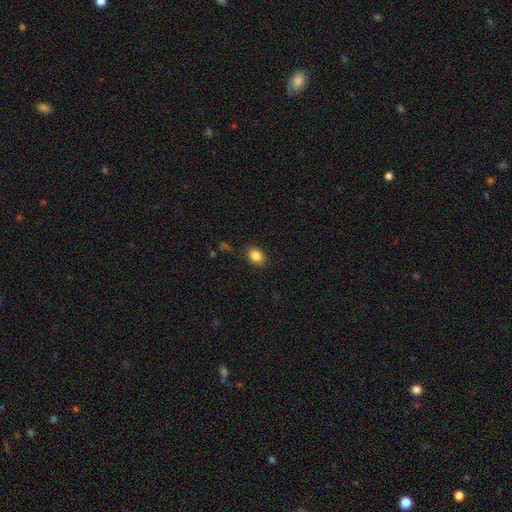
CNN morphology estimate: Smooth or featured: smooth — 85% (star or artifact — 9%)
How rounded: in between — 71% (round — 28%)
Merging: none — 86% (minor disturbance — 10%)